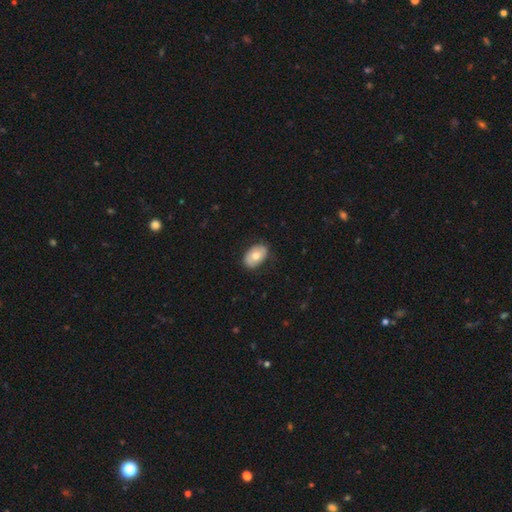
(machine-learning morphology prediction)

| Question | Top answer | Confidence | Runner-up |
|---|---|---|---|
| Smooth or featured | smooth | 67% | featured or disk (27%) |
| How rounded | in between | 88% | round (11%) |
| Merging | none | 80% | minor disturbance (16%) |